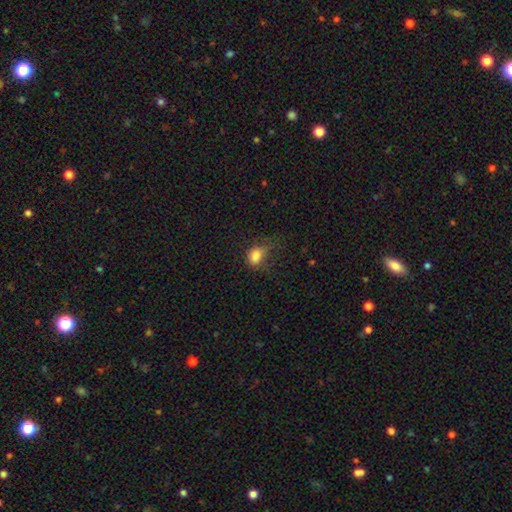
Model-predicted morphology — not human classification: Smooth or featured?
  - smooth: 81% *
  - star or artifact: 11%
  - featured or disk: 8%
How rounded?
  - in between: 67% *
  - round: 31%
  - cigar-shaped: 2%
Merging?
  - none: 37% *
  - minor disturbance: 31%
  - major disturbance: 30%
  - merger: 3%